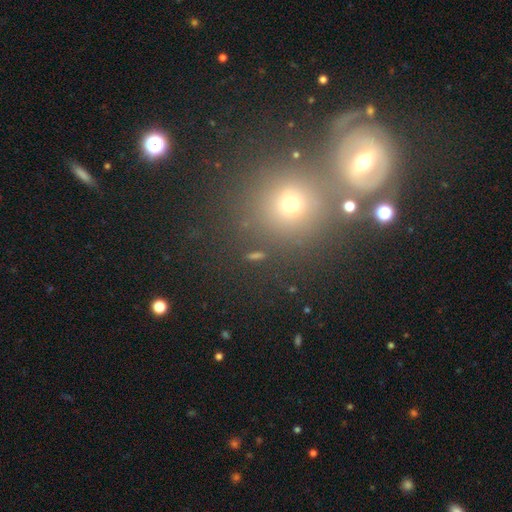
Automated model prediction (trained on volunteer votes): smooth-or-featured: smooth: 51% | star or artifact: 31% | featured or disk: 18%
  how-rounded: round: 85% | in between: 14% | cigar-shaped: 2%
  merging: none: 65% | merger: 21% | minor disturbance: 9% | major disturbance: 5%